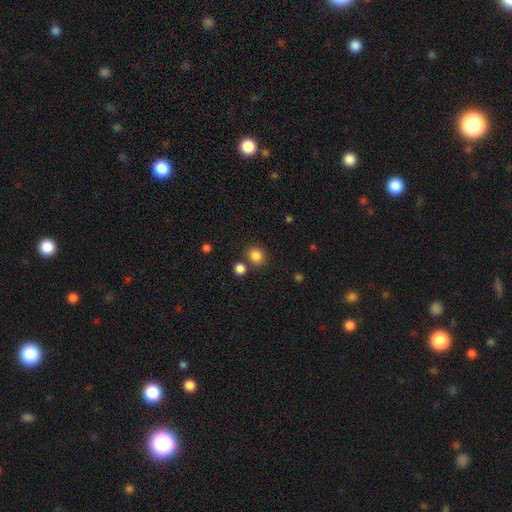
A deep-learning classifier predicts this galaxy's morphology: This is clearly a smooth galaxy (84%). How rounded: likely round (76%). Merging: likely none (76%).